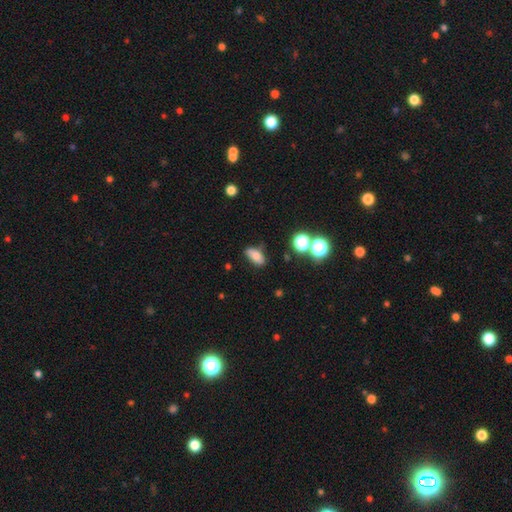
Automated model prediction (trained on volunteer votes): smooth 74%, star or artifact 13%, featured or disk 13%. Down the decision tree: how rounded — in between (83%); merging — none (69%).